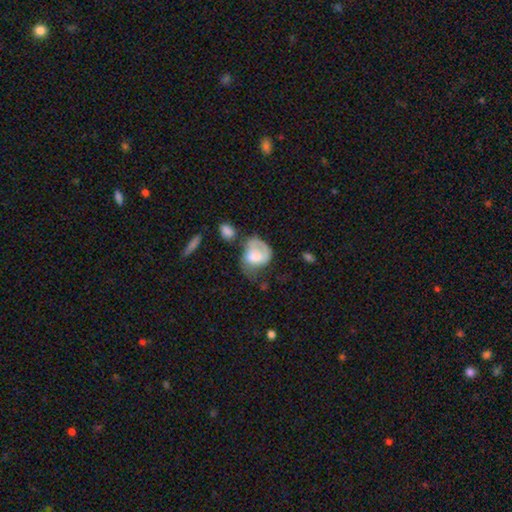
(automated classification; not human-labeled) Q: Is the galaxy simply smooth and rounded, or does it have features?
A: smooth — 59%.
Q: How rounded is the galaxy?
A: in between — 56%.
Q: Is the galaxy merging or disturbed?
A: major disturbance — 36%.